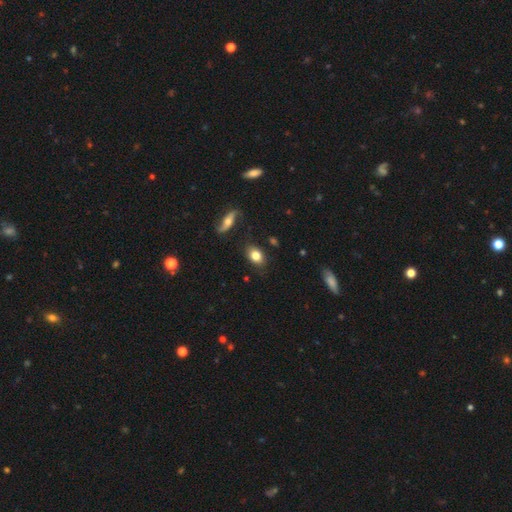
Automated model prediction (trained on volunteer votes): smooth-or-featured: smooth: 80% | featured or disk: 12% | star or artifact: 8%
  how-rounded: in between: 76% | round: 22% | cigar-shaped: 2%
  merging: none: 81% | minor disturbance: 14% | major disturbance: 3% | merger: 2%